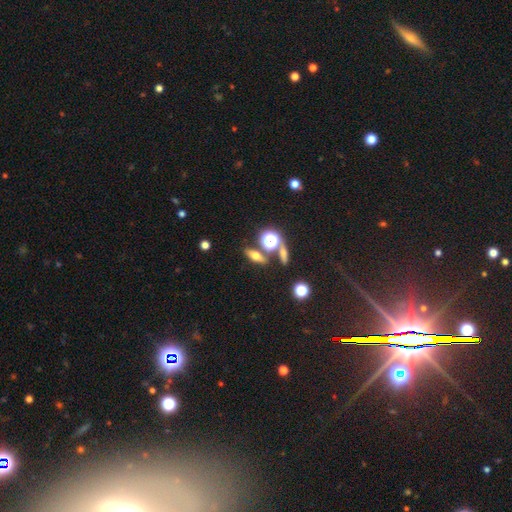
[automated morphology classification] A smooth galaxy with no disk features (49%).

Vote fractions:
- Smooth or featured? smooth: 49% / featured or disk: 33% / star or artifact: 18%
- Merging? none: 75% / merger: 13% / minor disturbance: 9% / major disturbance: 4%